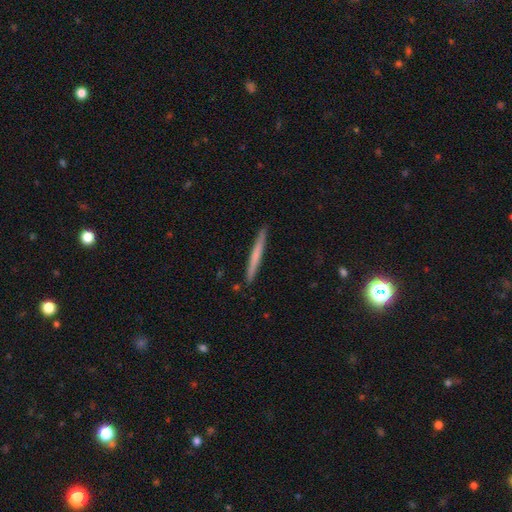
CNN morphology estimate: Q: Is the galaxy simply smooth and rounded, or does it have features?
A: smooth — 61%.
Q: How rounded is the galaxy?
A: cigar-shaped — 97%.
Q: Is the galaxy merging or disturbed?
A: none — 91%.